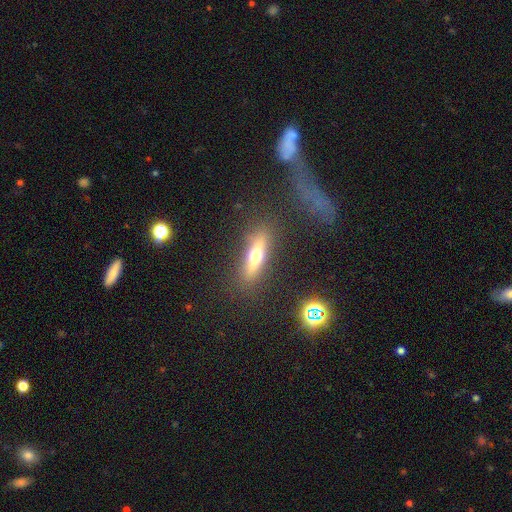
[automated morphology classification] A smooth galaxy with no disk features (50%). Merging: none (85%).